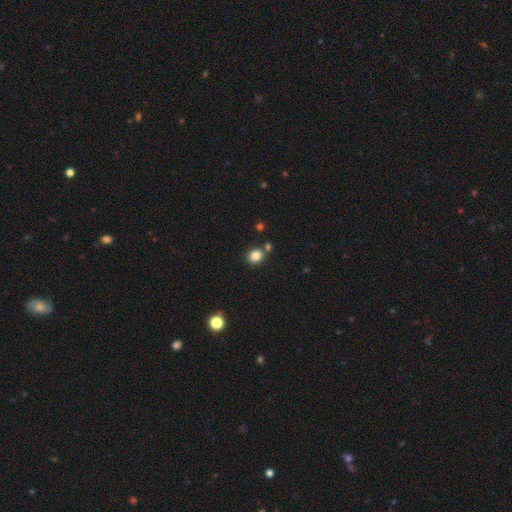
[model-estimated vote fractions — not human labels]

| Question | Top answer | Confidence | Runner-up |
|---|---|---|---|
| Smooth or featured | smooth | 83% | star or artifact (12%) |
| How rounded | round | 70% | in between (29%) |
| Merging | none | 76% | merger (12%) |